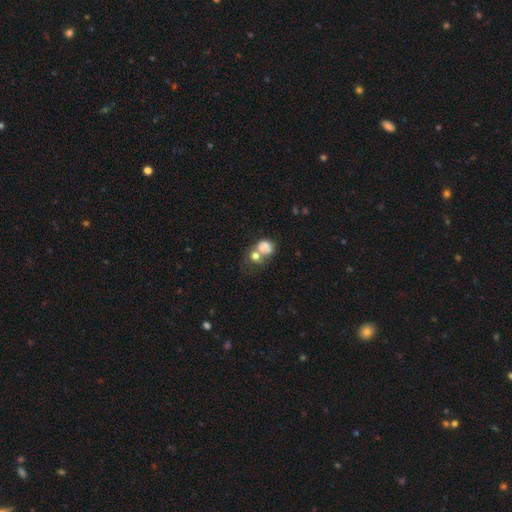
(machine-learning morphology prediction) A smooth galaxy with no disk features (62%) that is round (62%). Merging: merger (51%).